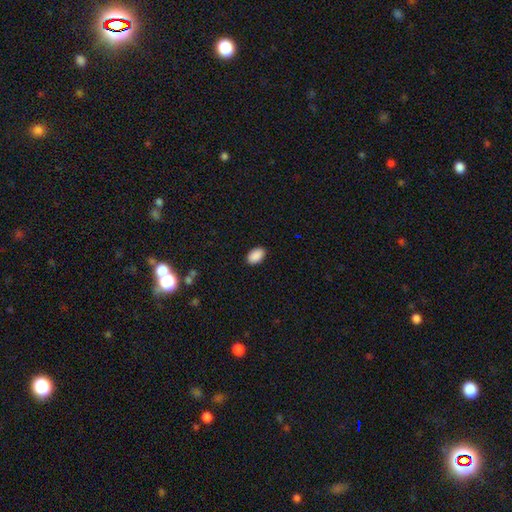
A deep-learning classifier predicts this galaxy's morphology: Q: Smooth or featured?
A: smooth (90%); runner-up: star or artifact (7%)
Q: How rounded?
A: in between (91%); runner-up: round (8%)
Q: Merging?
A: none (89%); runner-up: minor disturbance (8%)